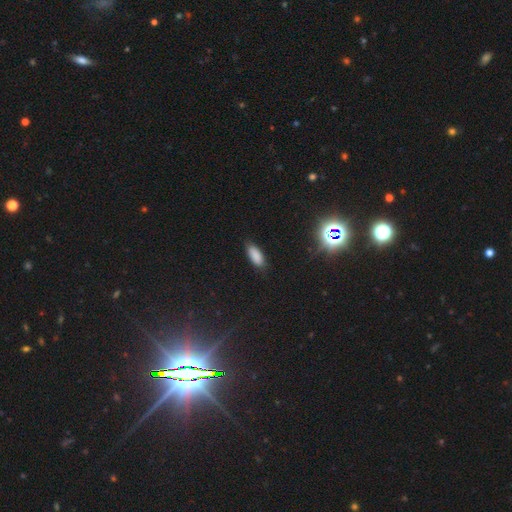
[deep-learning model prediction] A smooth galaxy with no disk features (85%) that is in between round and cigar-shaped (83%). Merging: none (82%).